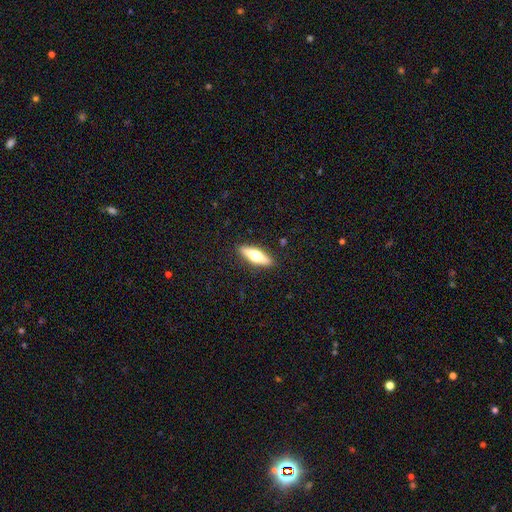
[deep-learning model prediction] smooth_or_featured: smooth (p=0.50) [alt: featured or disk p=0.44]
how_rounded: cigar-shaped (p=0.58) [alt: in between p=0.40]
merging: none (p=0.89) [alt: minor disturbance p=0.08]